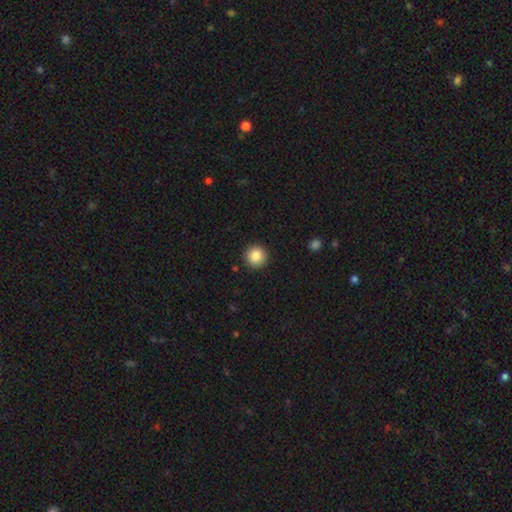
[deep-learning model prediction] This appears to be a smooth galaxy with no disk features (86%) that is round (94%). Merging: none (92%).